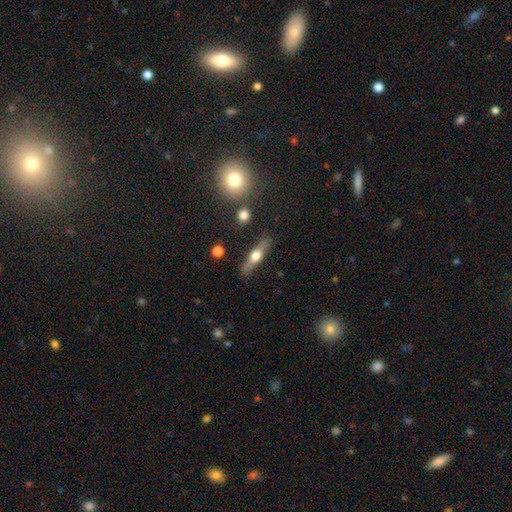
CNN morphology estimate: Smooth or featured? Predicted: featured or disk (p=0.58). Edge-on disk? Predicted: yes (p=0.93). Edge-on bulge? Predicted: rounded (p=0.93). Merging? Predicted: none (p=0.83).